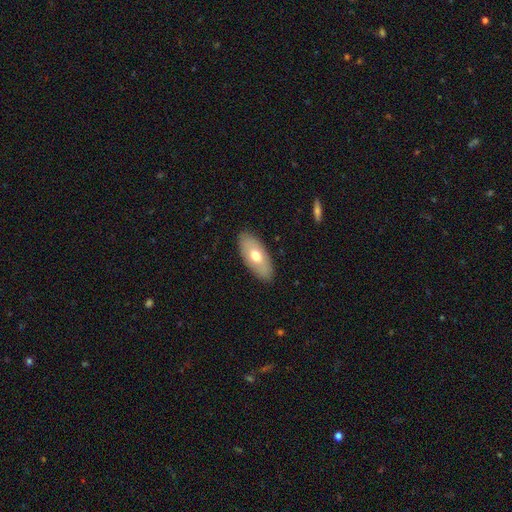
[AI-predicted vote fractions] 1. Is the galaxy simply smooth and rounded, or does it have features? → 65% smooth, 30% featured or disk, 6% star or artifact.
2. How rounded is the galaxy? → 89% in between, 8% cigar-shaped, 3% round.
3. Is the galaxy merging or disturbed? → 87% none, 10% minor disturbance, 2% major disturbance, 1% merger.